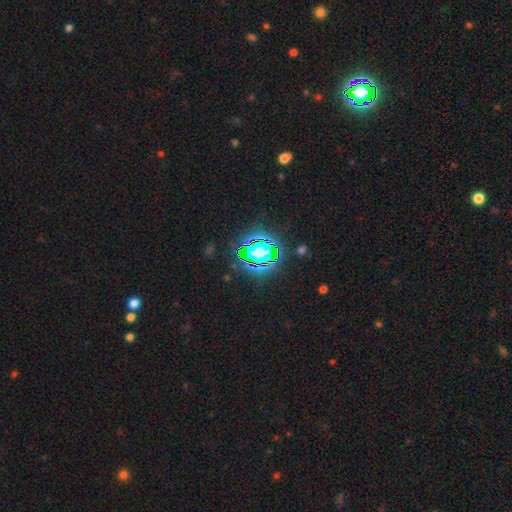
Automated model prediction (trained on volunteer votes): This appears to be a star or artifact, not a galaxy (62%).